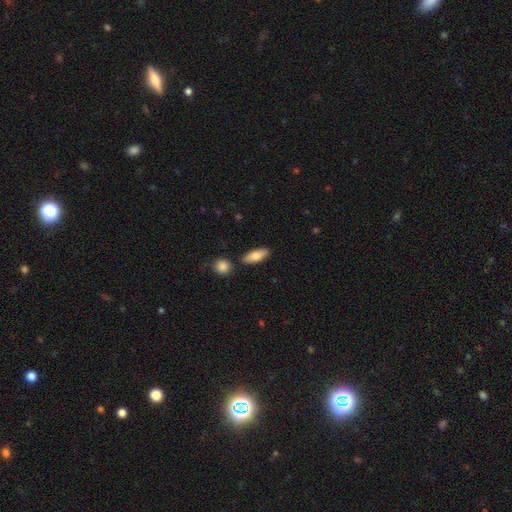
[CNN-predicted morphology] Q: Smooth or featured?
A: smooth (77%); runner-up: featured or disk (17%)
Q: How rounded?
A: in between (70%); runner-up: cigar-shaped (27%)
Q: Merging?
A: none (83%); runner-up: minor disturbance (10%)